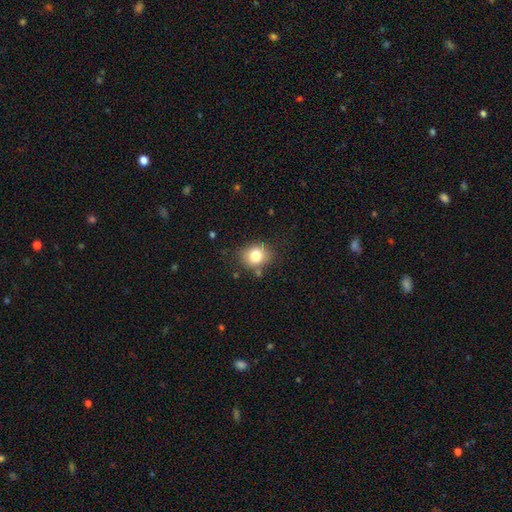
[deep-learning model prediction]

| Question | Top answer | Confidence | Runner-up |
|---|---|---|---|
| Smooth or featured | smooth | 79% | star or artifact (11%) |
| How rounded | round | 66% | in between (34%) |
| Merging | none | 78% | minor disturbance (14%) |